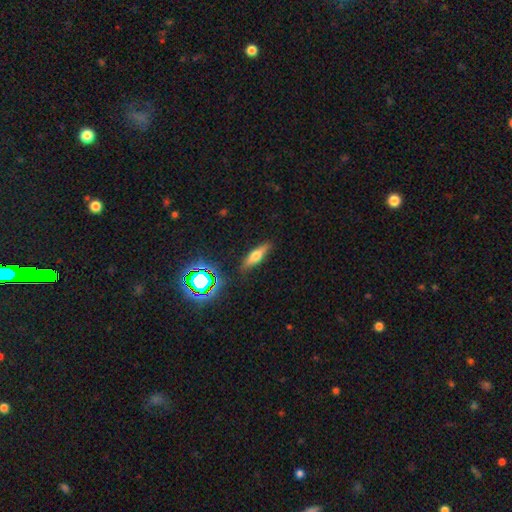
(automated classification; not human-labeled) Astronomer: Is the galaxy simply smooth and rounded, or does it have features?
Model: smooth — 54% (runner-up: featured or disk, 32%).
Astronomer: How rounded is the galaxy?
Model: cigar-shaped — 55% (runner-up: in between, 42%).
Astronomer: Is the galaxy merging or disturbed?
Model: none — 84%.